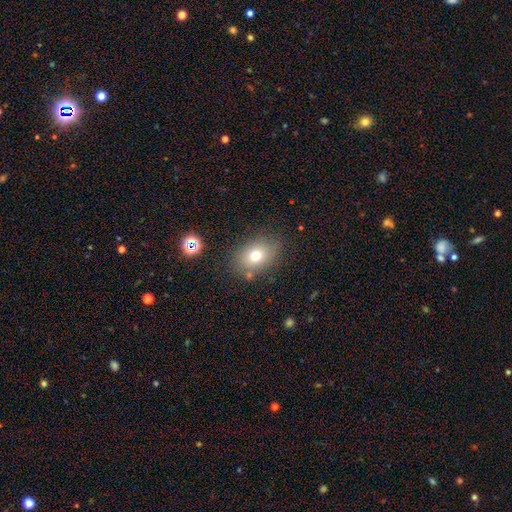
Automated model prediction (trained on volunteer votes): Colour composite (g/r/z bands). It shows a smooth galaxy with no disk features (71%) that is in between round and cigar-shaped (67%). Merging: none (78%).